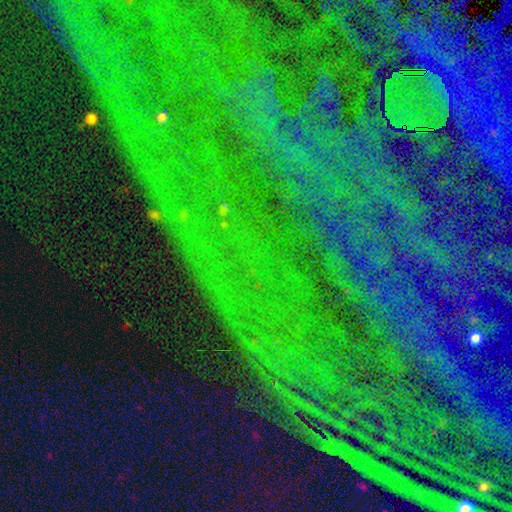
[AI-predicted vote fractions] This appears to be a star or artifact, not a galaxy (86%).